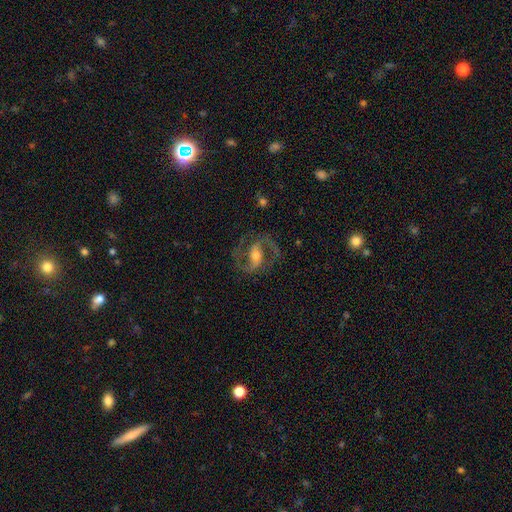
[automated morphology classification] Smooth or featured? featured or disk (89%)
Edge-on disk? no (97%)
Bar? strong (43%)
Spiral arms? yes (96%)
Spiral winding? medium (64%)
Spiral arm count? 2 (93%)
Bulge size? moderate (58%)
Merging? none (79%)